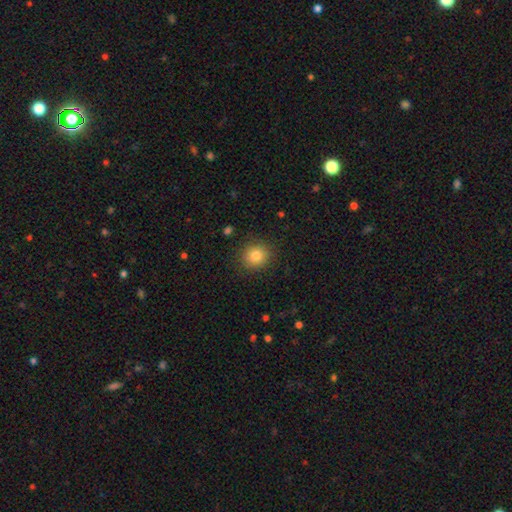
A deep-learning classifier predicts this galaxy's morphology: Overall: smooth (83%). How rounded: round (85%). Merging: none (88%).